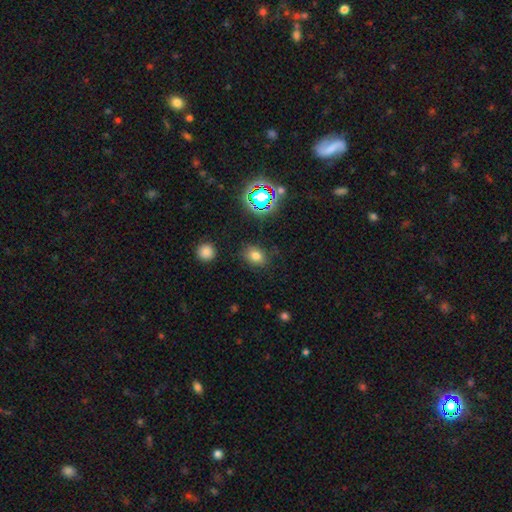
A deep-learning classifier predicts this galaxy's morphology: Smooth or featured? Predicted: smooth (p=0.72). How rounded? Predicted: in between (p=0.61). Merging? Predicted: none (p=0.83).